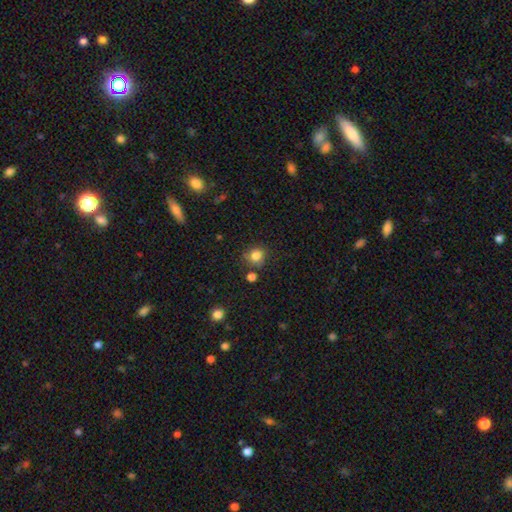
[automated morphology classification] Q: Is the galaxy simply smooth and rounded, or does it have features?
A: smooth — 82%.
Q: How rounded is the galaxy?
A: round — 84%.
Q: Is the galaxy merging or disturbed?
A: none — 76%.